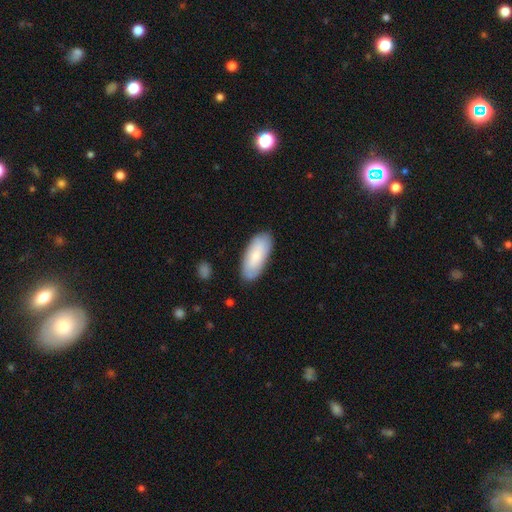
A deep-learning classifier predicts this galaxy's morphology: Smooth or featured? smooth (74%)
How rounded? in between (84%)
Merging? none (85%)